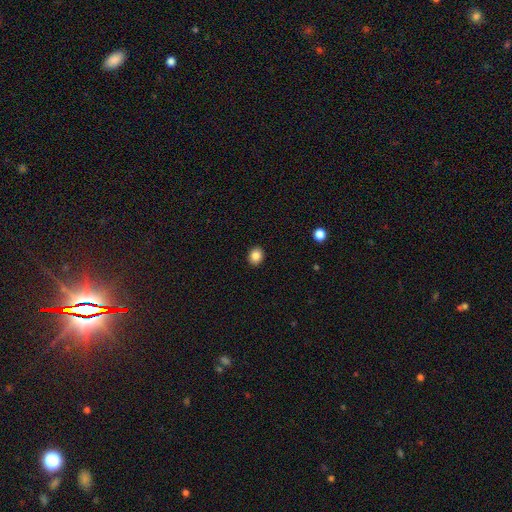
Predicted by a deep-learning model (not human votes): This is clearly a smooth galaxy (86%). How rounded: likely round (64%). Merging: clearly none (92%).